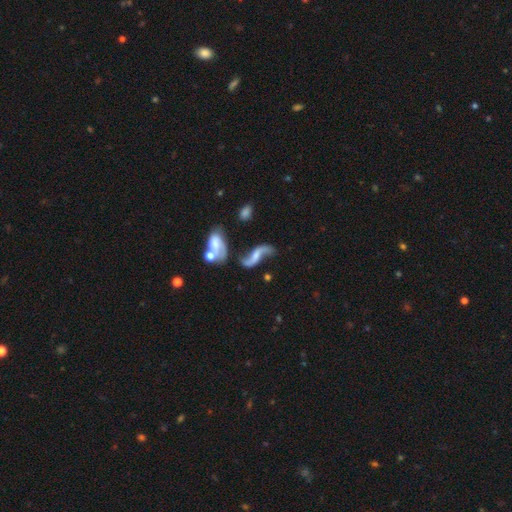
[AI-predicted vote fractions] The model was most divided on "bulge size": small: 34%, moderate: 32%, none: 26%, large: 6%, dominant: 2%. Remaining: edge-on disk — no (94%); spiral arms — yes (93%); spiral arm count — 2 (92%); spiral winding — loose (91%); smooth or featured — featured or disk (82%); merging — none (51%); bar — no (46%).